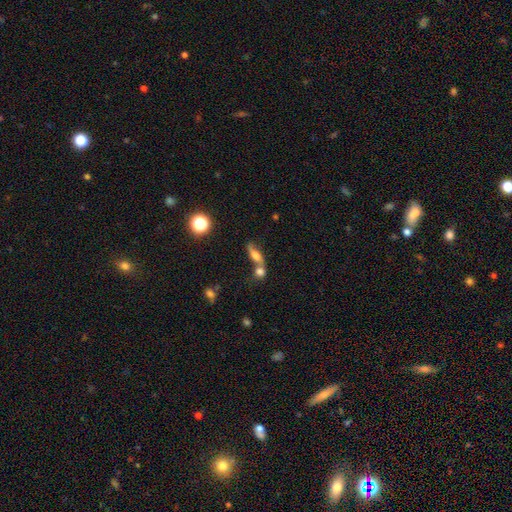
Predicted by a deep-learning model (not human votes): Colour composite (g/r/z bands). It shows a smooth galaxy with no disk features (55%) that is in between round and cigar-shaped (56%). Merging: merger (47%).